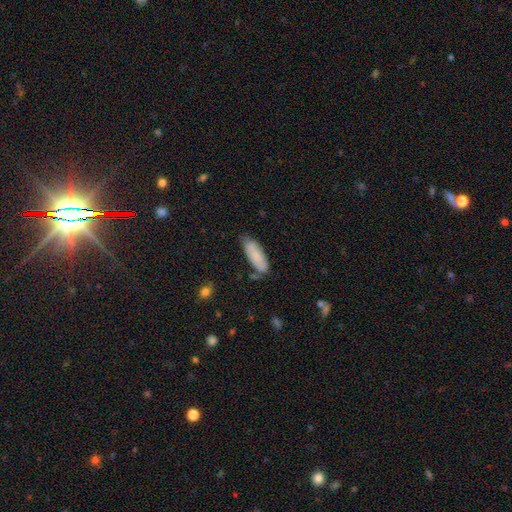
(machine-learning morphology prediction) type=smooth (83%); roundness=in between (64%); merging=none (74%).